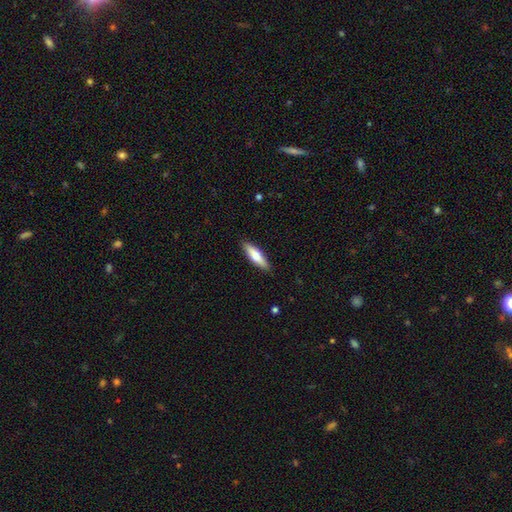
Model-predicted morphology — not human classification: type=smooth (66%); roundness=cigar-shaped (65%); merging=none (89%).